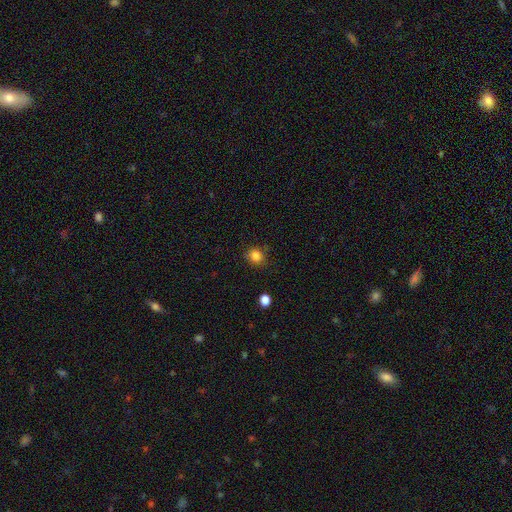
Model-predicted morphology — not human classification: smooth_or_featured: smooth (p=0.84) [alt: star or artifact p=0.12]
how_rounded: round (p=0.81) [alt: in between p=0.18]
merging: none (p=0.80) [alt: minor disturbance p=0.15]